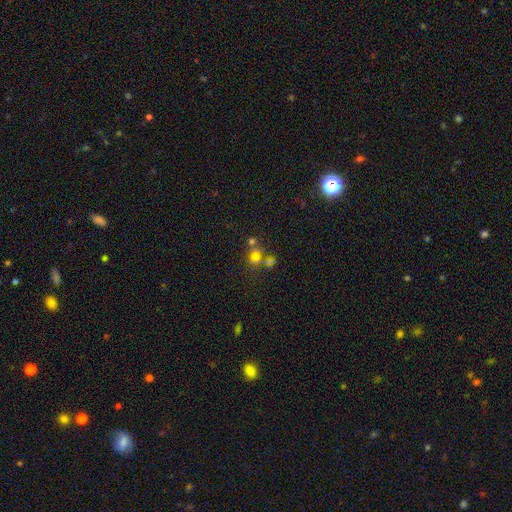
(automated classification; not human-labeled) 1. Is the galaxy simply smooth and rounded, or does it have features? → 49% smooth, 31% star or artifact, 21% featured or disk.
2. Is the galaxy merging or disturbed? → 45% none, 37% merger, 10% minor disturbance, 7% major disturbance.